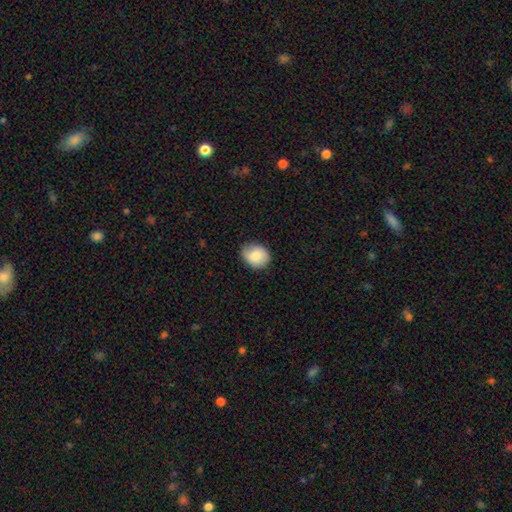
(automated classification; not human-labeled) This is likely a smooth galaxy (80%). How rounded: possibly round (58%). Merging: clearly none (82%).